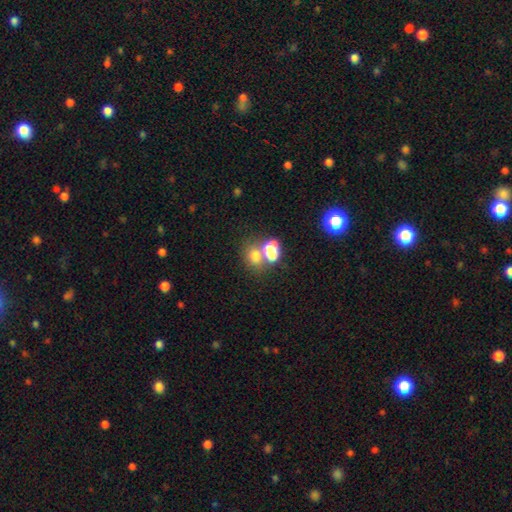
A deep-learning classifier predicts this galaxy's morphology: type=smooth (67%); roundness=in between (59%); merging=merger (54%).